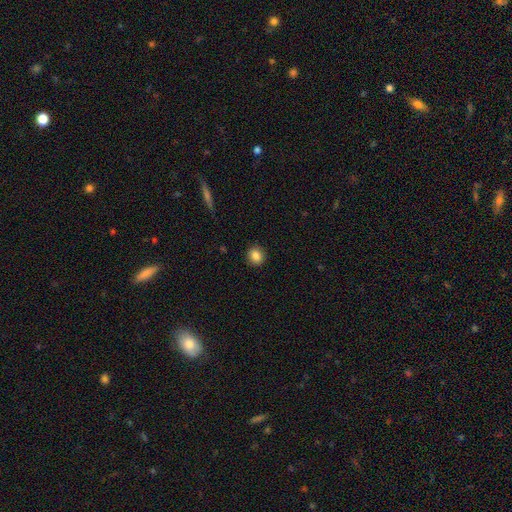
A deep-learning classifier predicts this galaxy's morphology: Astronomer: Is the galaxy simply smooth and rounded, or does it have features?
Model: smooth — 85%.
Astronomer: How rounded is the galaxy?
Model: round — 82%.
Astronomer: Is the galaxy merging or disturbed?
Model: none — 91%.